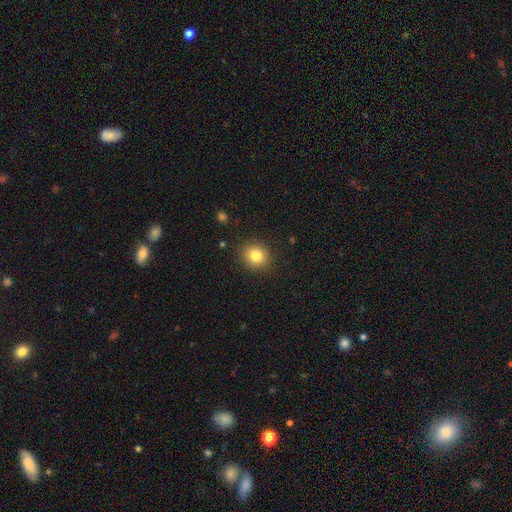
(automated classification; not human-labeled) The model was most divided on "how rounded": round: 79%, in between: 20%, cigar-shaped: 1%. More confident: merging — none (89%); smooth or featured — smooth (82%).